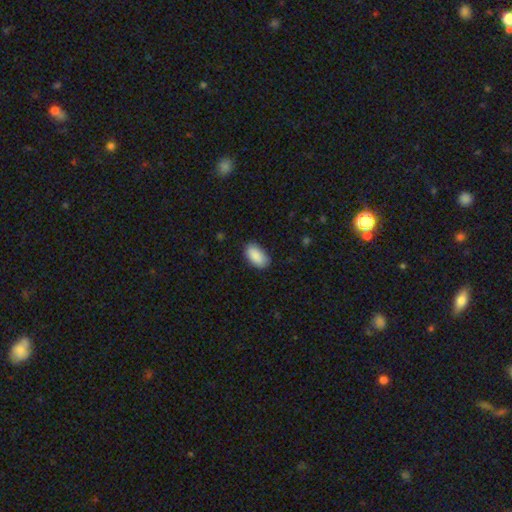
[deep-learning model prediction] Overall: smooth (89%). How rounded: in between (94%). Merging: none (81%).